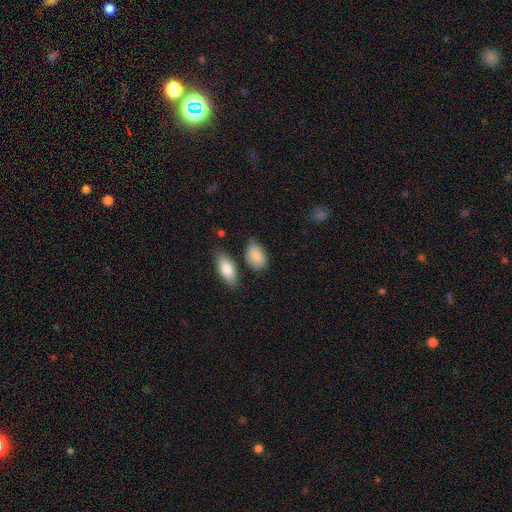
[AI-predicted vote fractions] A smooth galaxy with no disk features (85%) that is in between round and cigar-shaped (88%). Merging: none (63%).